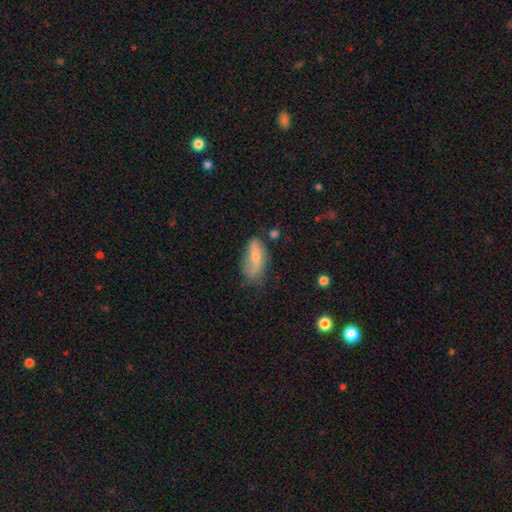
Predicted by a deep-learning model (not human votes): The model was most divided on "merging": none: 47%, minor disturbance: 34%, major disturbance: 15%, merger: 4%. More confident: how rounded — in between (82%); smooth or featured — smooth (57%).